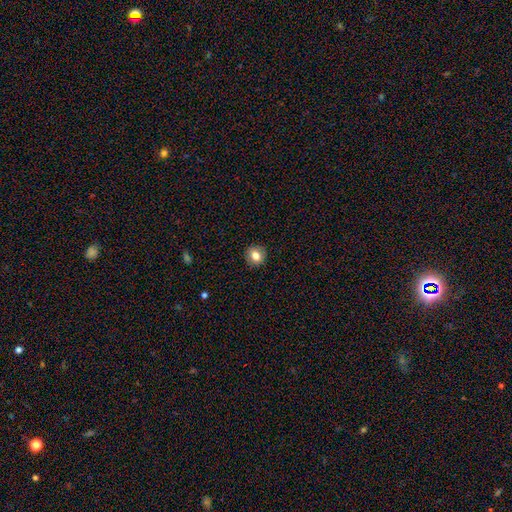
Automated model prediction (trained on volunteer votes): smooth 80%, featured or disk 10%, star or artifact 10%. Down the decision tree: how rounded — round (86%); merging — none (91%).